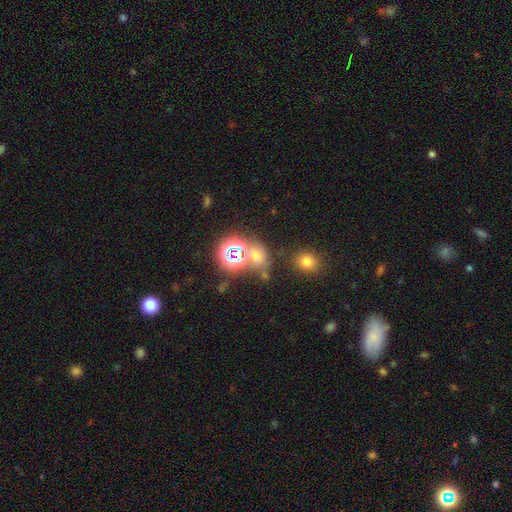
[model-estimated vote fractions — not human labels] Smooth or featured: star or artifact — 46% (smooth — 42%)